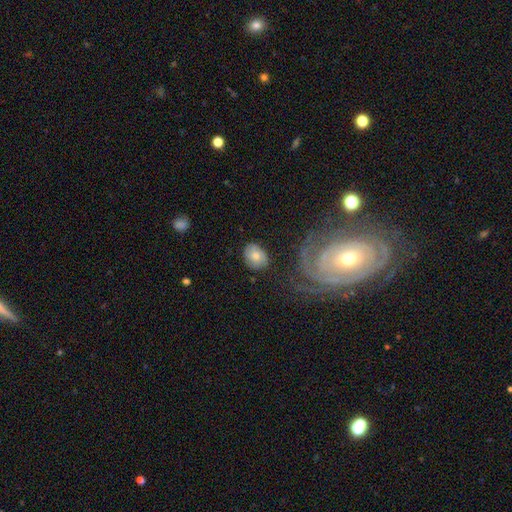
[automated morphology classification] A smooth galaxy with no disk features (61%) that is in between round and cigar-shaped (50%).

Vote fractions:
- Smooth or featured? smooth: 61% / featured or disk: 31% / star or artifact: 8%
- How rounded? in between: 50% / round: 49% / cigar-shaped: 1%
- Merging? none: 72% / minor disturbance: 18% / major disturbance: 6% / merger: 3%